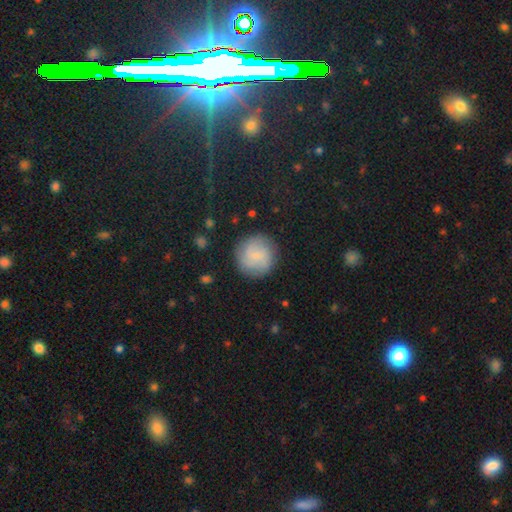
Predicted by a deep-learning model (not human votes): The model was most divided on "smooth or featured": smooth: 66%, featured or disk: 26%, star or artifact: 8%. More confident: how rounded — round (94%); merging — none (85%).